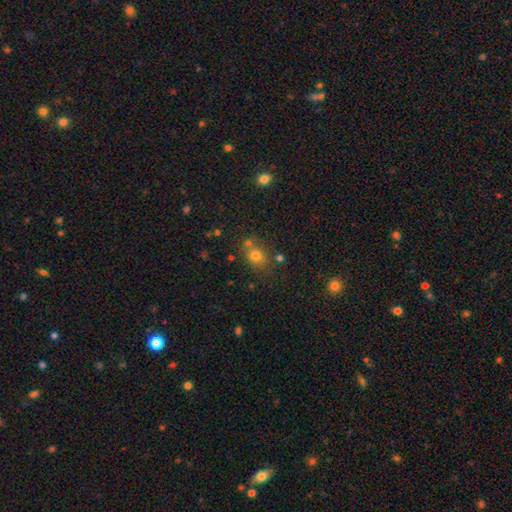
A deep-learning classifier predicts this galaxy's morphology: smooth_or_featured: smooth (p=0.73) [alt: star or artifact p=0.17]
how_rounded: round (p=0.64) [alt: in between p=0.35]
merging: none (p=0.66) [alt: merger p=0.15]